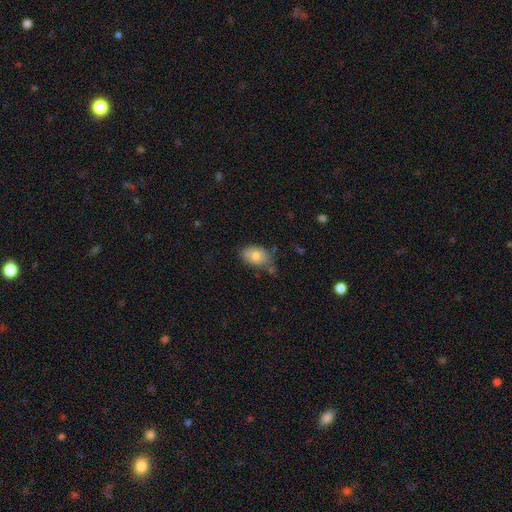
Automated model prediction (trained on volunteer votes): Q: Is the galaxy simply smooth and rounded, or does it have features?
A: smooth — 75%.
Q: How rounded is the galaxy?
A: in between — 84%.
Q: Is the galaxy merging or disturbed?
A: none — 60%.